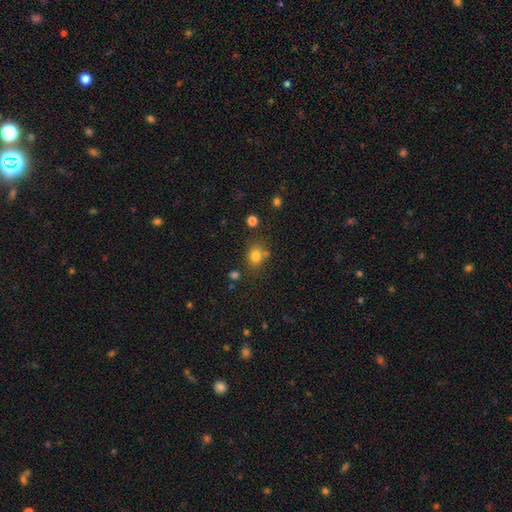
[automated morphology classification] smooth 79%, star or artifact 13%, featured or disk 8%. Down the decision tree: how rounded — round (56%); merging — none (66%).